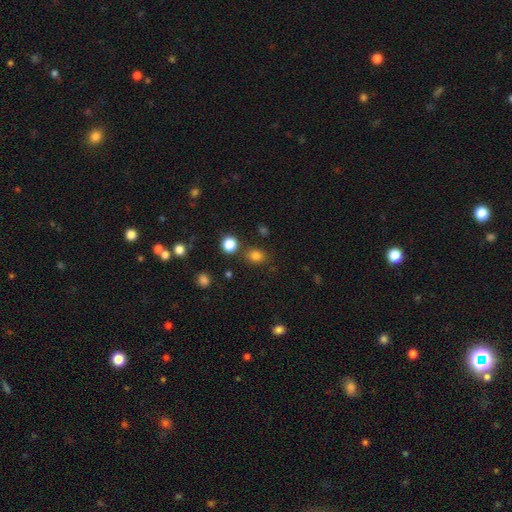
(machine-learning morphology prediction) smooth 81%, star or artifact 14%, featured or disk 5%. Down the decision tree: how rounded — round (60%); merging — none (81%).